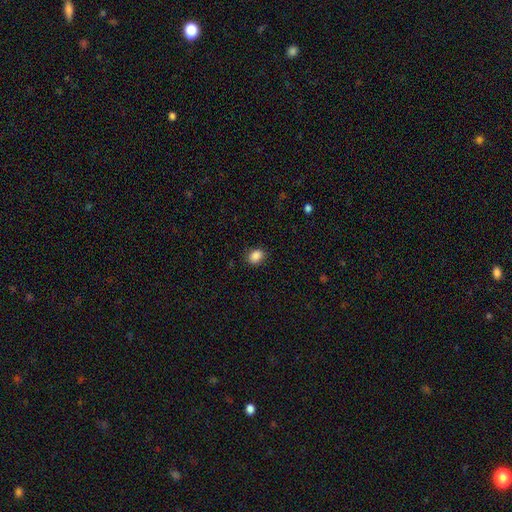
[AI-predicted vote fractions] A smooth galaxy with no disk features (87%) that is in between round and cigar-shaped (62%).

Vote fractions:
- Smooth or featured? smooth: 87% / star or artifact: 9% / featured or disk: 3%
- How rounded? in between: 62% / round: 37% / cigar-shaped: 1%
- Merging? none: 85% / minor disturbance: 11% / major disturbance: 3% / merger: 1%